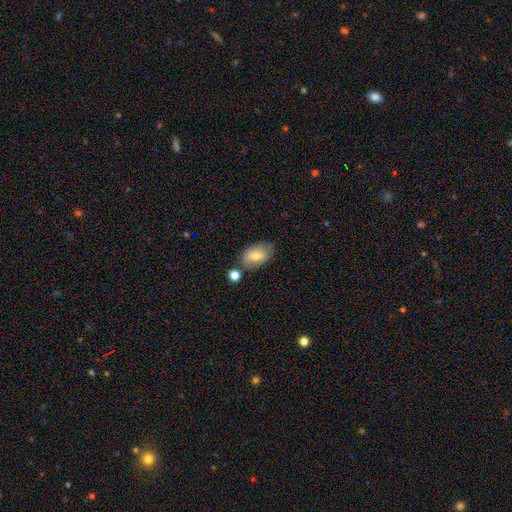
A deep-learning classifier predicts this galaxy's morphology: smooth_or_featured: smooth (p=0.67) [alt: featured or disk p=0.25]
how_rounded: in between (p=0.89) [alt: round p=0.09]
merging: none (p=0.68) [alt: minor disturbance p=0.18]